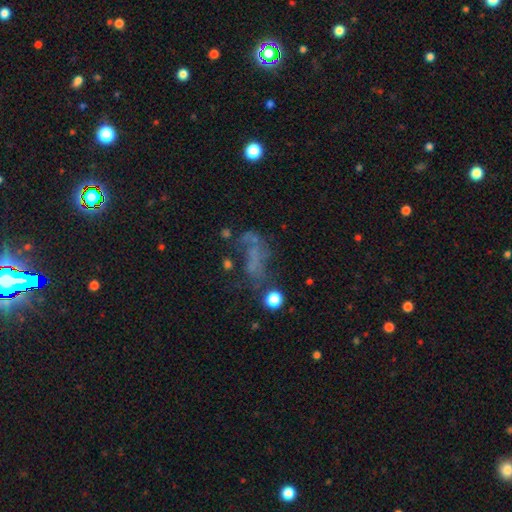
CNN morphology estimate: Smooth or featured? Predicted: featured or disk (p=0.39). Merging? Predicted: major disturbance (p=0.38).